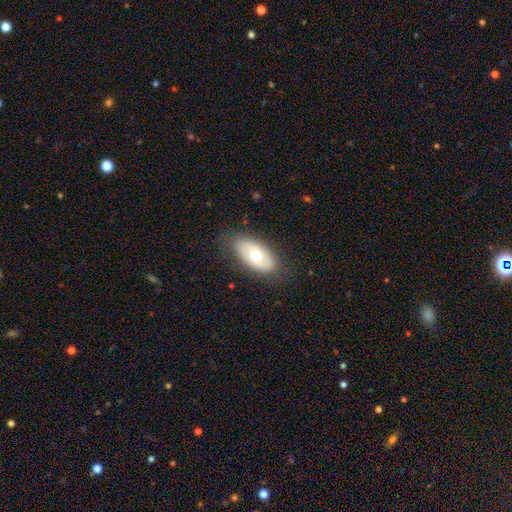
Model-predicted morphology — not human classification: A smooth galaxy with no disk features (62%) that is in between round and cigar-shaped (93%).

Vote fractions:
- Smooth or featured? smooth: 62% / featured or disk: 31% / star or artifact: 7%
- How rounded? in between: 93% / round: 4% / cigar-shaped: 3%
- Merging? none: 77% / minor disturbance: 17% / major disturbance: 5% / merger: 1%